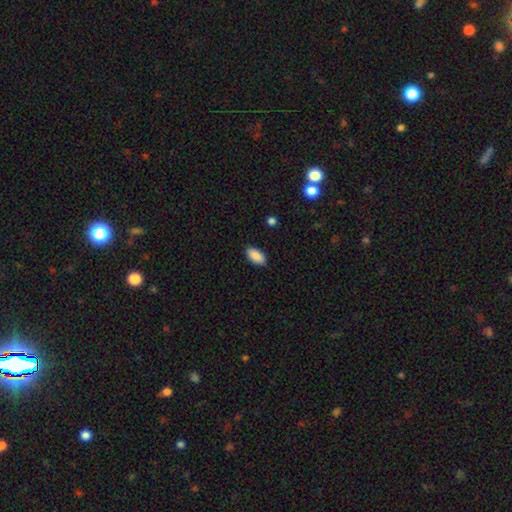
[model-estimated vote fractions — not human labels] Smooth or featured?
  - smooth: 89% *
  - star or artifact: 7%
  - featured or disk: 4%
How rounded?
  - in between: 93% *
  - cigar-shaped: 5%
  - round: 2%
Merging?
  - none: 88% *
  - minor disturbance: 8%
  - major disturbance: 2%
  - merger: 1%